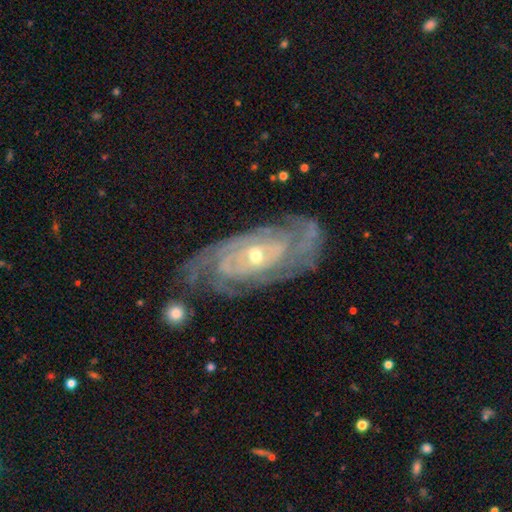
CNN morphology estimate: type=featured or disk (90%); edge-on=no (94%); bar=no (66%); spiral arms=yes (97%); winding=tight (75%); arm count=2 (28%); bulge=small (59%); merging=none (73%).